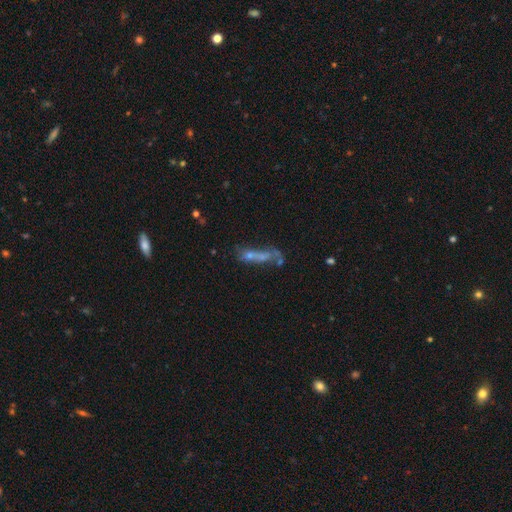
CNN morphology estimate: A featured or disk galaxy (42%).

Vote fractions:
- Smooth or featured? featured or disk: 42% / smooth: 38% / star or artifact: 20%
- Merging? merger: 31% / none: 28% / major disturbance: 26% / minor disturbance: 15%